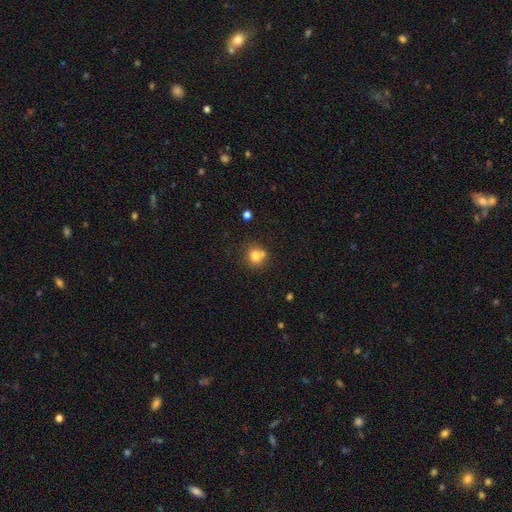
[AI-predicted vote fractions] The model was most divided on "merging": none: 62%, merger: 21%, minor disturbance: 13%, major disturbance: 4%. More confident: how rounded — round (86%); smooth or featured — smooth (78%).